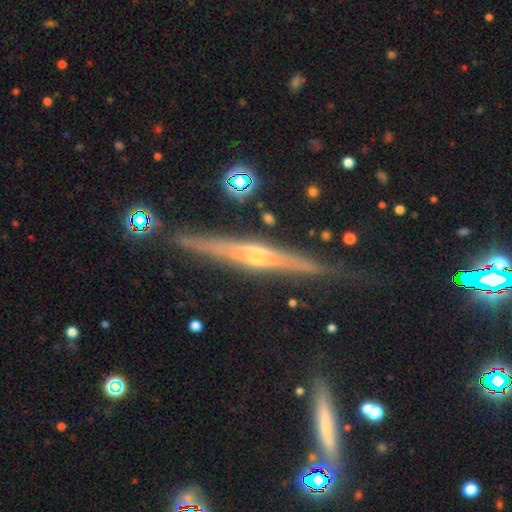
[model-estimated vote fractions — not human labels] This is clearly a featured or disk galaxy (81%). It is clearly viewed edge-on (97%). Edge-on bulge: possibly rounded (59%). Merging: clearly none (85%).